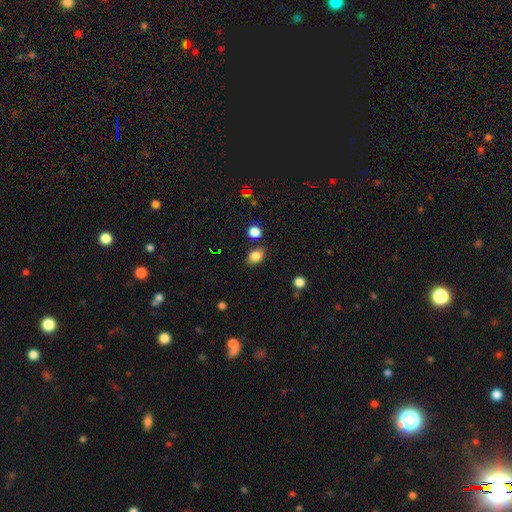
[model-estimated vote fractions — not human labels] A smooth galaxy with no disk features (83%) that is in between round and cigar-shaped (75%).

Vote fractions:
- Smooth or featured? smooth: 83% / star or artifact: 10% / featured or disk: 7%
- How rounded? in between: 75% / round: 24% / cigar-shaped: 1%
- Merging? none: 79% / minor disturbance: 12% / merger: 6% / major disturbance: 3%